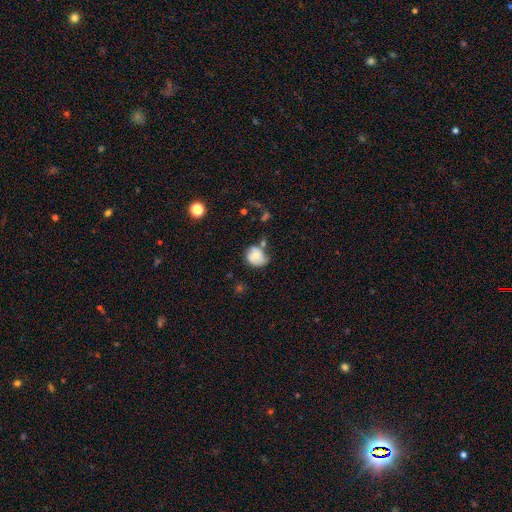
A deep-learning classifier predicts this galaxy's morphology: smooth 59%, featured or disk 32%, star or artifact 8%. Down the decision tree: how rounded — round (64%); merging — none (47%).